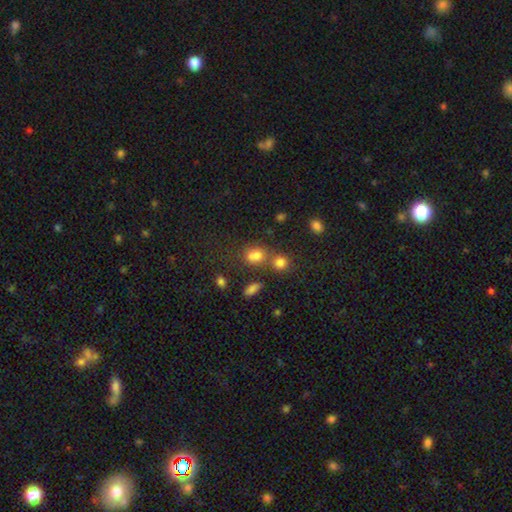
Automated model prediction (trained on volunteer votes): smooth 74%, star or artifact 16%, featured or disk 9%. Down the decision tree: how rounded — round (54%); merging — none (47%).